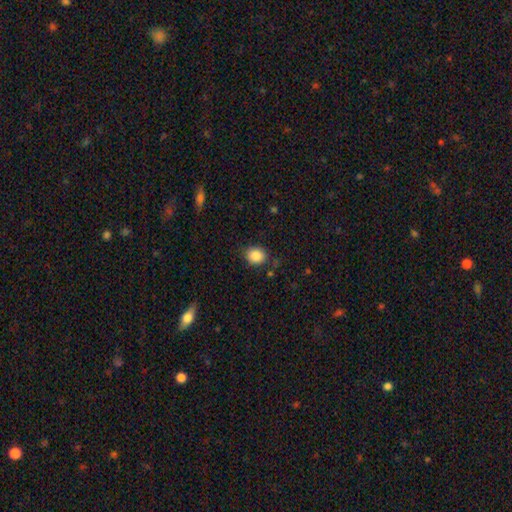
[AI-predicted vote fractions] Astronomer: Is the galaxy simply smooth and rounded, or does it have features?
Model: smooth — 87%.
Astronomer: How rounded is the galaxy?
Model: round — 67%.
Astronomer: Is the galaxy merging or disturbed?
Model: none — 82%.